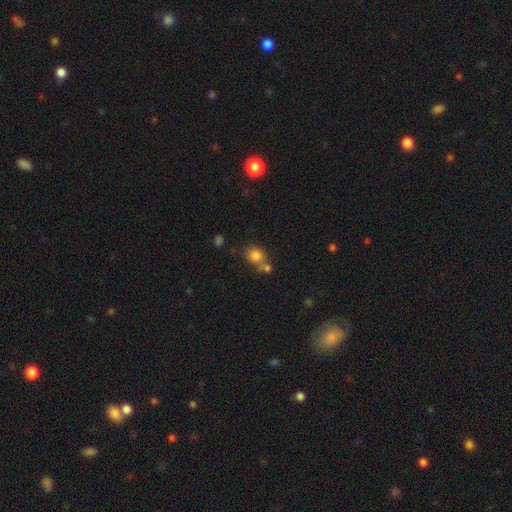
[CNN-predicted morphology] A smooth galaxy with no disk features (81%) that is round (78%). Merging: none (56%).